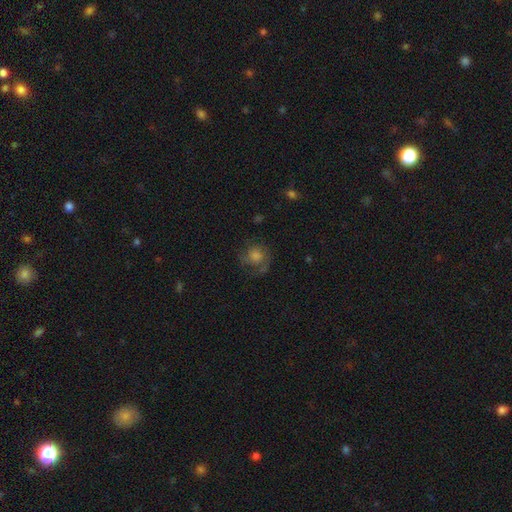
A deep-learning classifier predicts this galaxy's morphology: type=featured or disk (44%); merging=none (56%).